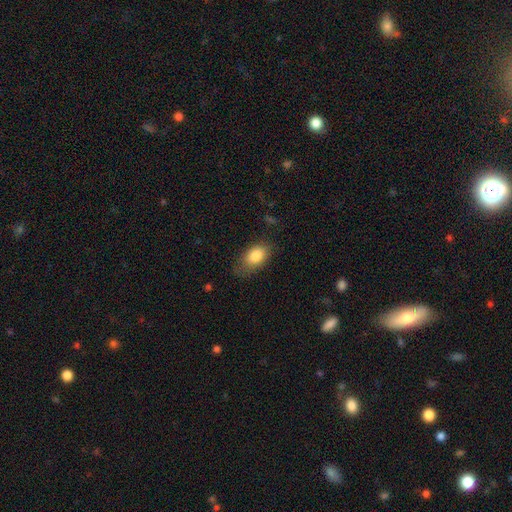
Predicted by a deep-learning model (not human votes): Smooth or featured? Predicted: smooth (p=0.84). How rounded? Predicted: in between (p=0.89). Merging? Predicted: none (p=0.65).